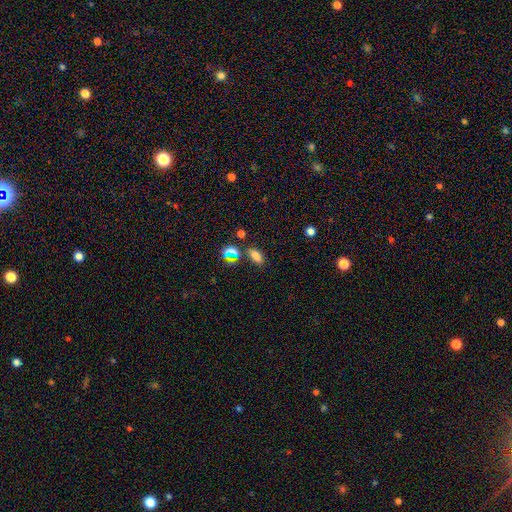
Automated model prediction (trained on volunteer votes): smooth_or_featured: smooth (p=0.72) [alt: star or artifact p=0.19]
how_rounded: in between (p=0.79) [alt: cigar-shaped p=0.11]
merging: none (p=0.71) [alt: minor disturbance p=0.13]